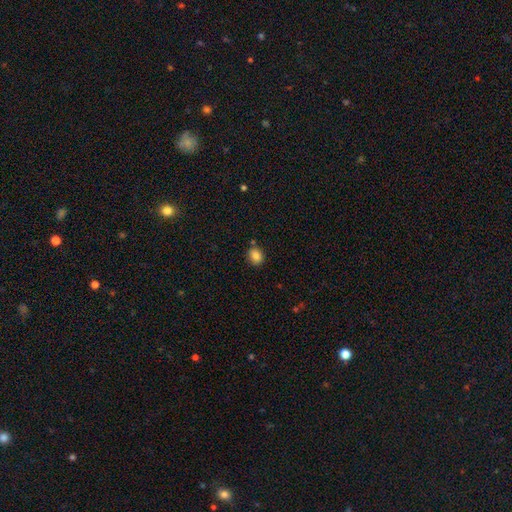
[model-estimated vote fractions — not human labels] Smooth or featured? Predicted: smooth (p=0.85). How rounded? Predicted: round (p=0.53). Merging? Predicted: none (p=0.81).